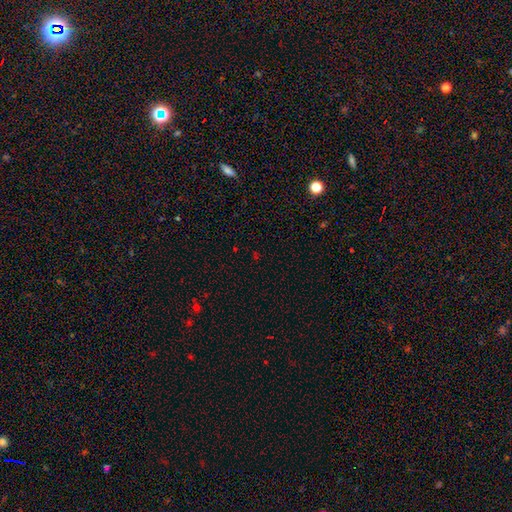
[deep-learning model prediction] The model was most divided on "smooth or featured": star or artifact: 63%, smooth: 30%, featured or disk: 7%.